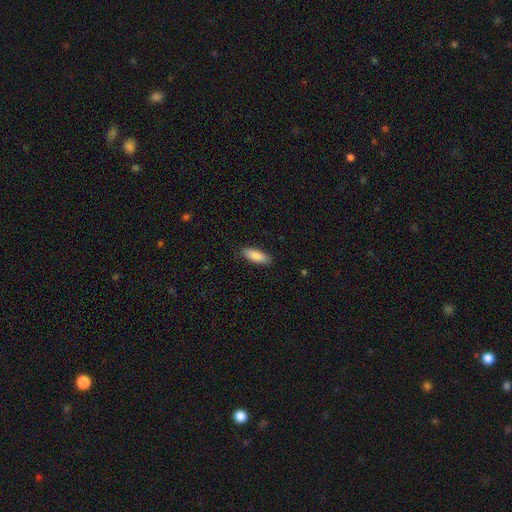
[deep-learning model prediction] A smooth galaxy with no disk features (86%) that is in between round and cigar-shaped (65%).

Vote fractions:
- Smooth or featured? smooth: 86% / featured or disk: 8% / star or artifact: 6%
- How rounded? in between: 65% / cigar-shaped: 34% / round: 2%
- Merging? none: 87% / minor disturbance: 10% / major disturbance: 2% / merger: 1%